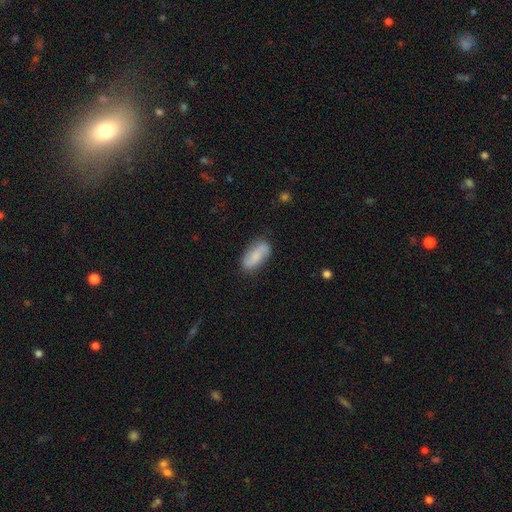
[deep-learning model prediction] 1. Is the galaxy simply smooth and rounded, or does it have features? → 54% smooth, 39% featured or disk, 7% star or artifact.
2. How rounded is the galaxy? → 85% in between, 11% cigar-shaped, 4% round.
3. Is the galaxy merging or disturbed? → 77% none, 17% minor disturbance, 4% major disturbance, 2% merger.